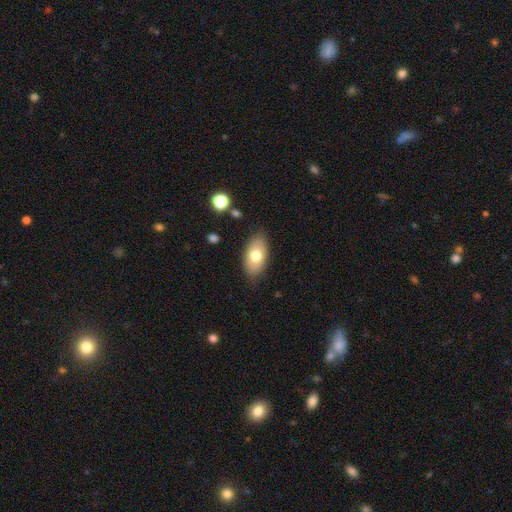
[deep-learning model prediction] Smooth or featured?
  - smooth: 73% *
  - featured or disk: 20%
  - star or artifact: 7%
How rounded?
  - in between: 93% *
  - round: 5%
  - cigar-shaped: 2%
Merging?
  - none: 82% *
  - minor disturbance: 13%
  - major disturbance: 3%
  - merger: 1%